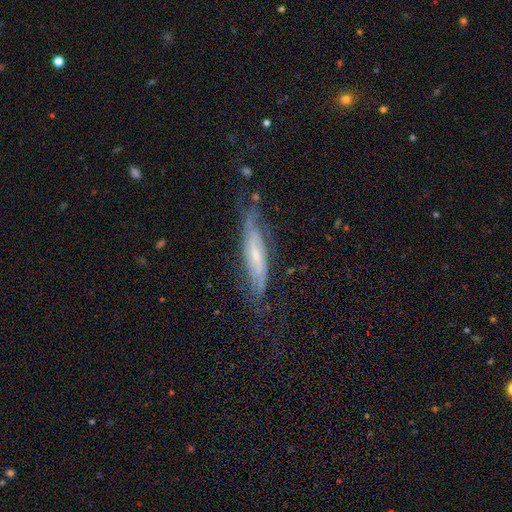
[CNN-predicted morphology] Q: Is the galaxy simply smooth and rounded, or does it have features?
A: featured or disk — 72%.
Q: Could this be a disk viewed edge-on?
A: no — 61%.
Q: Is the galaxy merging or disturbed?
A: none — 65%.